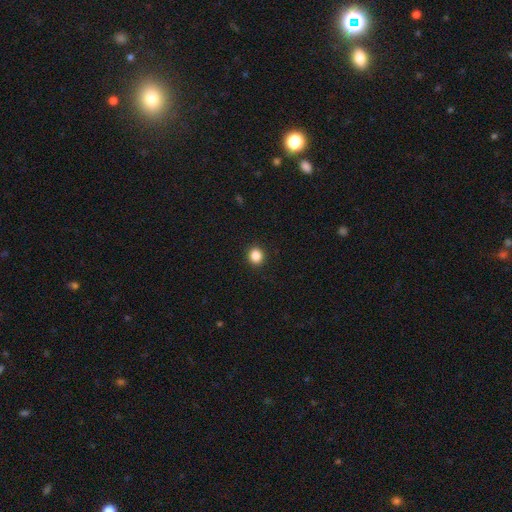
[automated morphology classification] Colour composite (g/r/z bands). It shows a smooth galaxy with no disk features (86%) that is round (83%). Merging: none (92%).